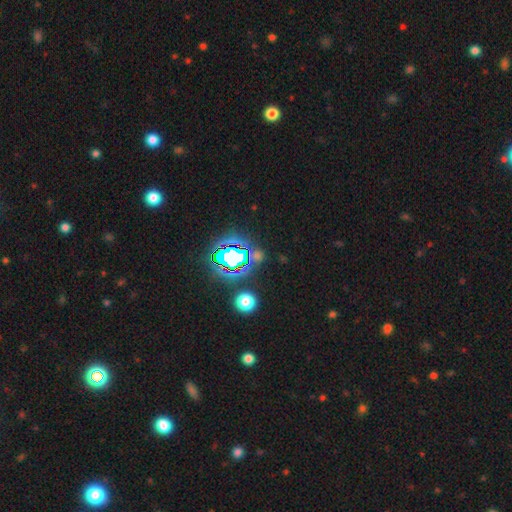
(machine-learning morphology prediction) A star or artifact, not a galaxy (65%).

Vote fractions:
- Smooth or featured? star or artifact: 65% / smooth: 23% / featured or disk: 12%